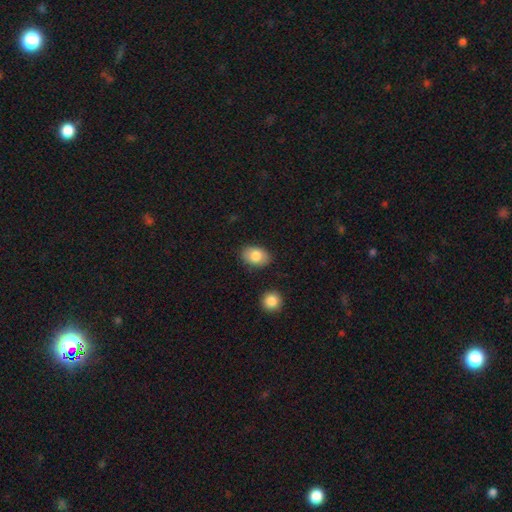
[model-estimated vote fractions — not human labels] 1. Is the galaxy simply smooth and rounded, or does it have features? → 82% smooth, 11% featured or disk, 7% star or artifact.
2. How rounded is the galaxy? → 78% in between, 21% round, 1% cigar-shaped.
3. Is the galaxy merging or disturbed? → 83% none, 11% minor disturbance, 3% merger, 3% major disturbance.